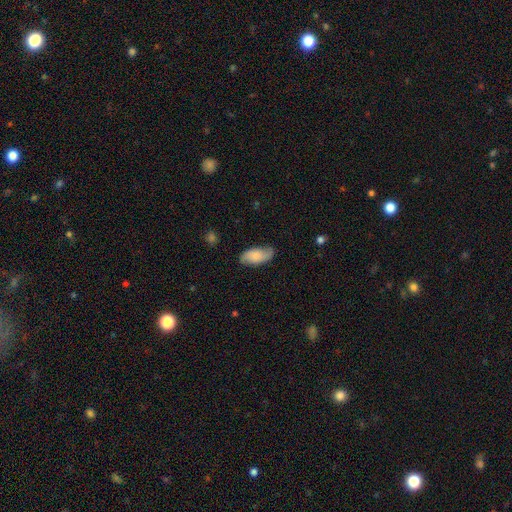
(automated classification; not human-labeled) Smooth or featured? smooth (61%)
How rounded? in between (93%)
Merging? none (73%)